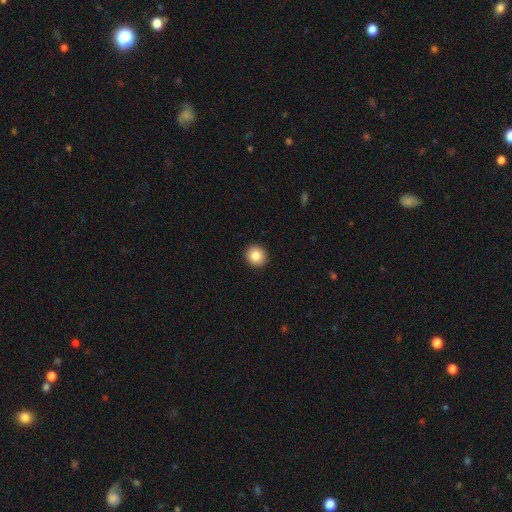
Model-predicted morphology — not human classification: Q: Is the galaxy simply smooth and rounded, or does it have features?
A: smooth — 85%.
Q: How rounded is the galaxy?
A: round — 90%.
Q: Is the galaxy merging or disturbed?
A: none — 93%.